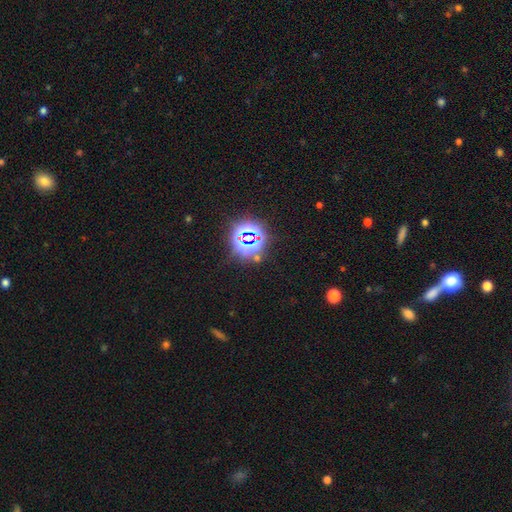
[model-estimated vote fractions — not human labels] Smooth or featured? Predicted: star or artifact (p=0.79).